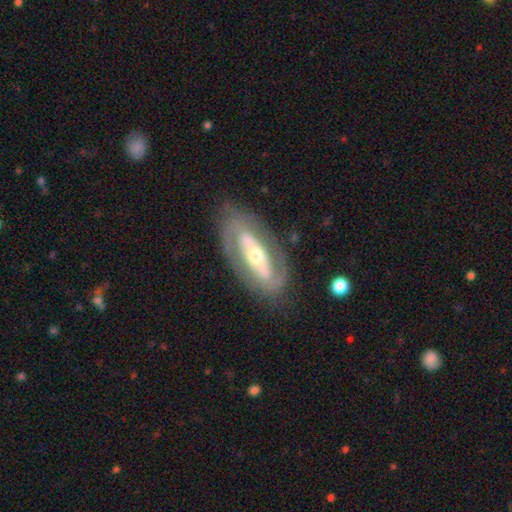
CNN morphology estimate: Smooth or featured? Predicted: featured or disk (p=0.79). Edge-on disk? Predicted: no (p=0.89). Bar? Predicted: no (p=0.41). Spiral arms? Predicted: yes (p=0.66). Bulge size? Predicted: moderate (p=0.60). Merging? Predicted: none (p=0.79).